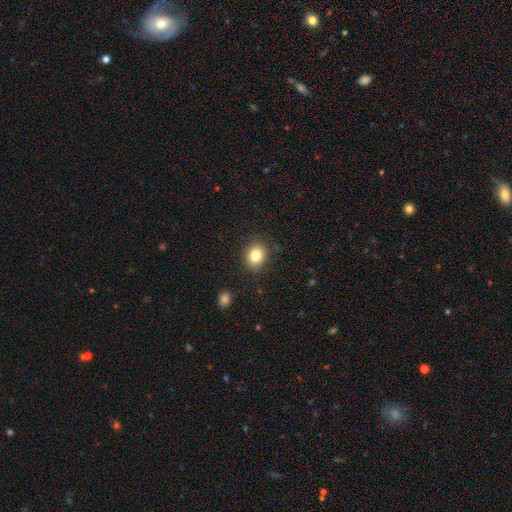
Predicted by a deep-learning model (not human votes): smooth-or-featured: smooth: 82% | star or artifact: 10% | featured or disk: 8%
  how-rounded: round: 64% | in between: 35% | cigar-shaped: 1%
  merging: none: 86% | minor disturbance: 10% | major disturbance: 3% | merger: 1%